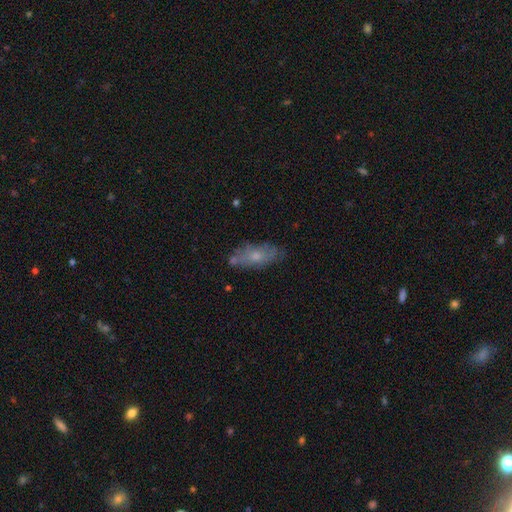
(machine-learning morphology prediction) Smooth or featured? Predicted: smooth (p=0.60). How rounded? Predicted: in between (p=0.78). Merging? Predicted: none (p=0.67).